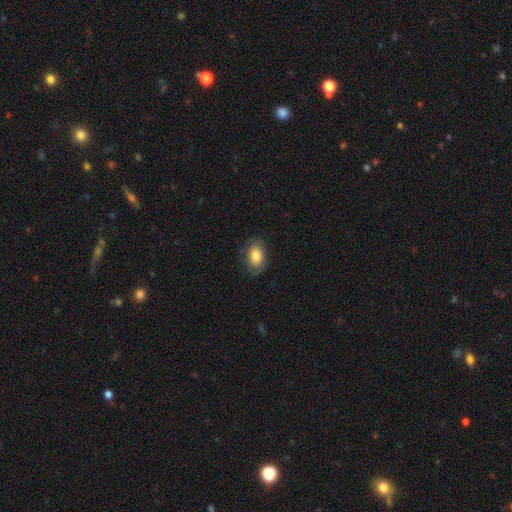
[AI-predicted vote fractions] Overall: smooth (79%). How rounded: in between (86%). Merging: none (80%).